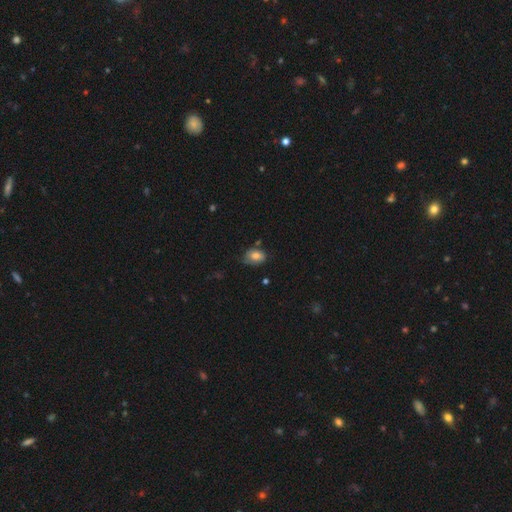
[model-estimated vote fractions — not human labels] The model was most divided on "merging": none: 61%, minor disturbance: 29%, major disturbance: 6%, merger: 4%. More confident: smooth or featured — smooth (77%); how rounded — in between (74%).